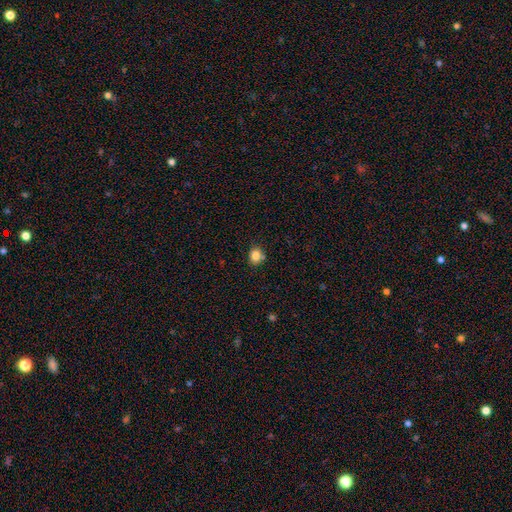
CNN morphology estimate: A smooth galaxy with no disk features (82%) that is round (66%). Merging: none (77%).